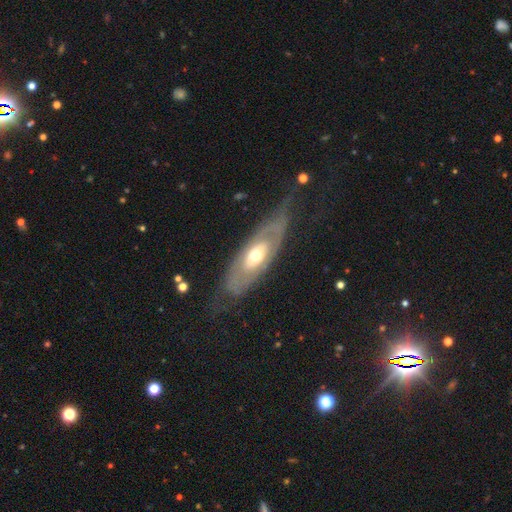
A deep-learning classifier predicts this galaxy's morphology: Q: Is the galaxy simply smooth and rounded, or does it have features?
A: featured or disk — 65%.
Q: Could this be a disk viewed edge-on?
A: no — 79%.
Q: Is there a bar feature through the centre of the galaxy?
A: no — 85%.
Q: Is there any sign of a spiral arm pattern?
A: no — 70%.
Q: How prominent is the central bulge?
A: moderate — 70%.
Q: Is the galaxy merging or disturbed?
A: none — 62%.